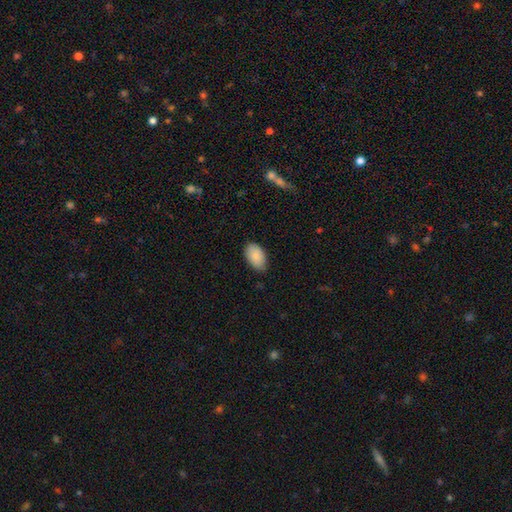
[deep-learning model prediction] Smooth or featured? smooth (88%)
How rounded? in between (94%)
Merging? none (81%)